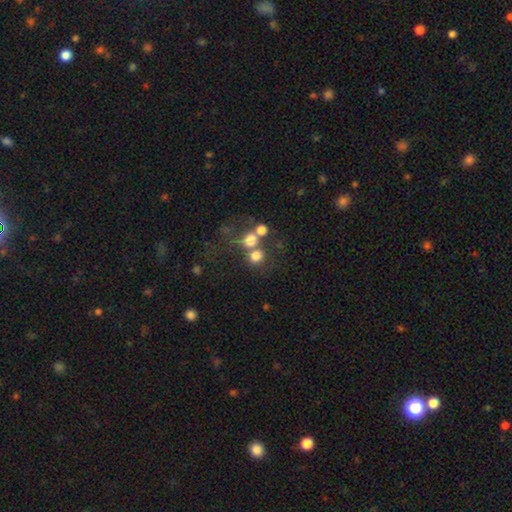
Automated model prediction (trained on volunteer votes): This is likely a smooth galaxy (71%). How rounded: clearly round (81%). Merging: possibly none (46%).